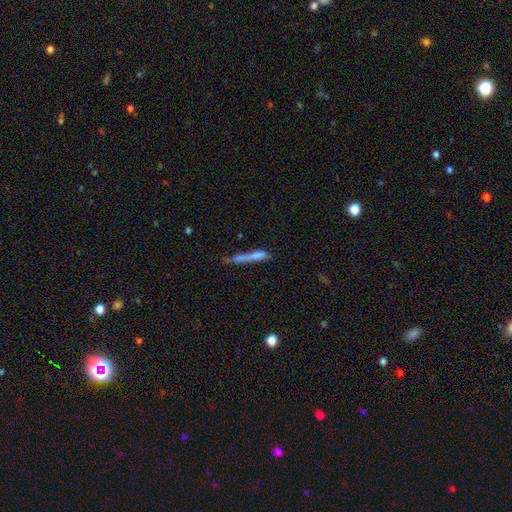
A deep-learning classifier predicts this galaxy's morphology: Smooth or featured?
  - smooth: 46% *
  - featured or disk: 40%
  - star or artifact: 15%
Merging?
  - none: 57% *
  - minor disturbance: 19%
  - merger: 13%
  - major disturbance: 11%